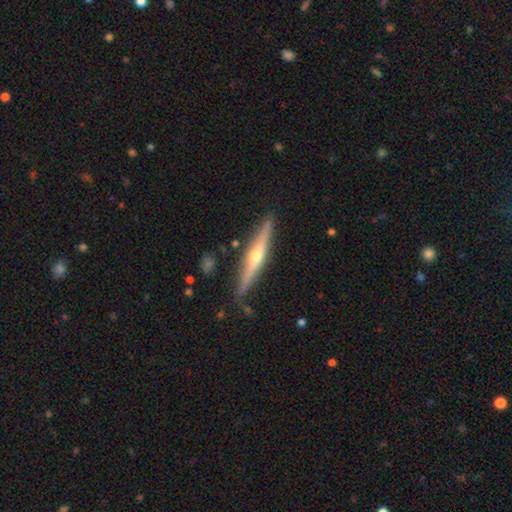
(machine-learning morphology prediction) Smooth or featured?
  - featured or disk: 74% *
  - smooth: 20%
  - star or artifact: 5%
Edge-on disk?
  - yes: 97% *
  - no: 3%
Edge-on bulge?
  - rounded: 90% *
  - none: 8%
  - boxy: 3%
Merging?
  - none: 86% *
  - minor disturbance: 10%
  - merger: 2%
  - major disturbance: 2%